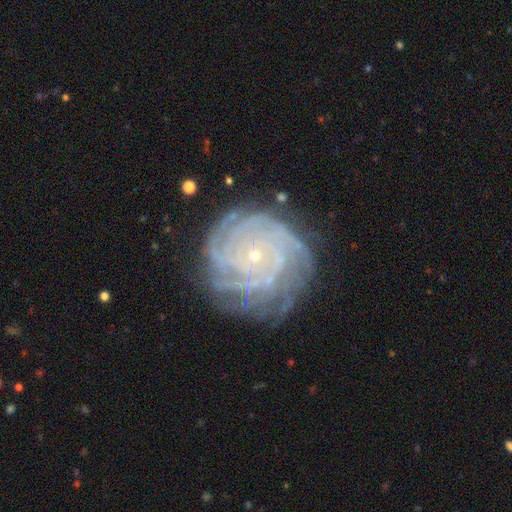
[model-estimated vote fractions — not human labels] Overall: featured or disk (88%). Edge-on disk: no (97%). Bar: no (80%). Spiral arms: yes (98%). Spiral arm count: more than 4 (29%; 4 25%). Spiral winding: tight (83%). Bulge size: small (88%). Merging: none (76%).